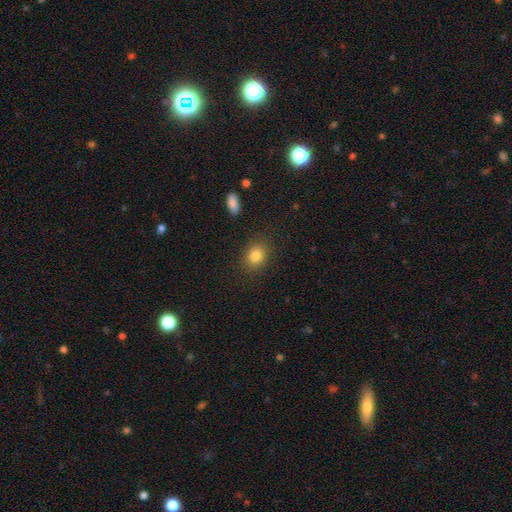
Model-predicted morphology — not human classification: A smooth galaxy with no disk features (84%) that is round (51%).

Vote fractions:
- Smooth or featured? smooth: 84% / star or artifact: 10% / featured or disk: 6%
- How rounded? round: 51% / in between: 48% / cigar-shaped: 1%
- Merging? none: 86% / minor disturbance: 9% / major disturbance: 3% / merger: 2%